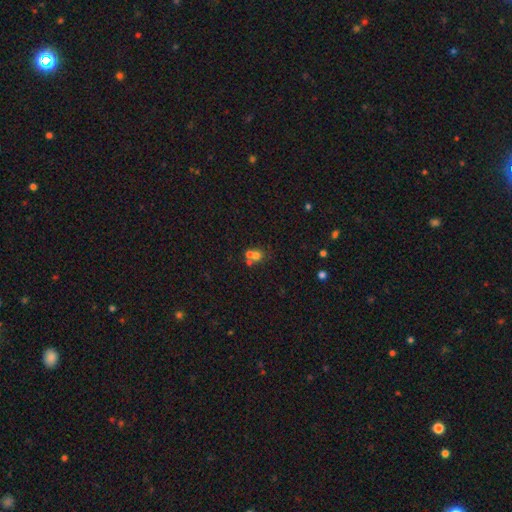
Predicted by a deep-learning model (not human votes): smooth_or_featured: smooth (p=0.62) [alt: featured or disk p=0.20]
how_rounded: round (p=0.74) [alt: in between p=0.24]
merging: merger (p=0.55) [alt: none p=0.34]